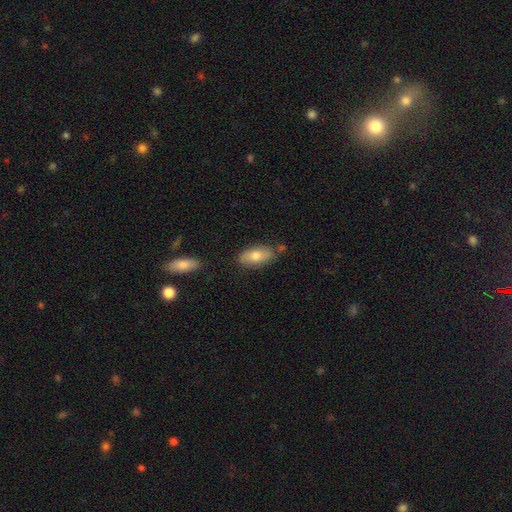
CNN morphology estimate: This is likely a smooth galaxy (72%). How rounded: clearly in between (85%). Merging: likely none (77%).